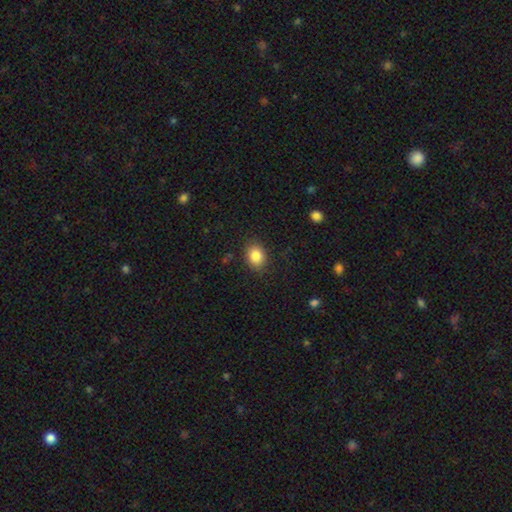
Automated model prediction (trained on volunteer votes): This is clearly a smooth galaxy (84%). How rounded: possibly in between (53%). Merging: clearly none (86%).